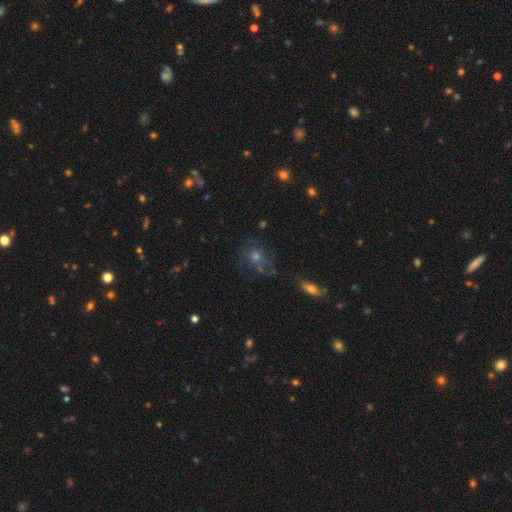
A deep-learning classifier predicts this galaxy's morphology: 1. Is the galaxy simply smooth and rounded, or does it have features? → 39% featured or disk, 32% smooth, 29% star or artifact.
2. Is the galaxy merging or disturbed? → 66% none, 18% minor disturbance, 12% major disturbance, 4% merger.